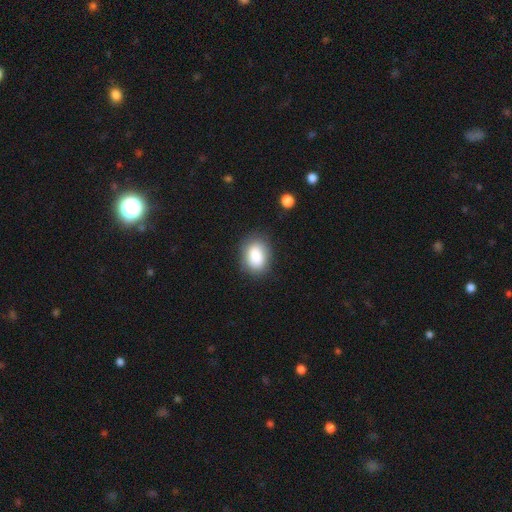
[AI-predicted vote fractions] A smooth galaxy with no disk features (86%) that is in between round and cigar-shaped (72%).

Vote fractions:
- Smooth or featured? smooth: 86% / star or artifact: 8% / featured or disk: 6%
- How rounded? in between: 72% / round: 26% / cigar-shaped: 1%
- Merging? none: 81% / minor disturbance: 14% / major disturbance: 4% / merger: 2%